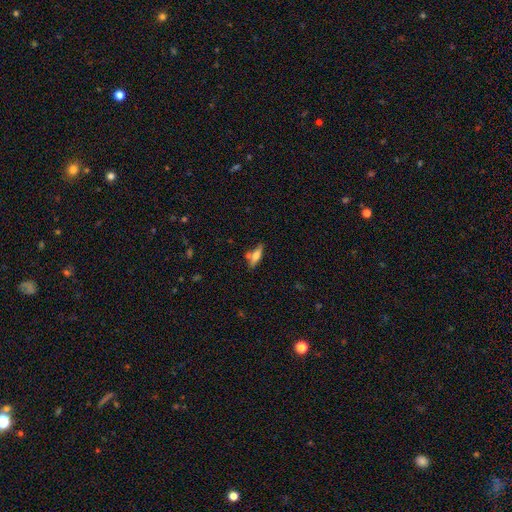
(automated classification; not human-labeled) smooth_or_featured: smooth (p=0.57) [alt: featured or disk p=0.36]
how_rounded: cigar-shaped (p=0.50) [alt: in between p=0.48]
merging: none (p=0.65) [alt: minor disturbance p=0.17]